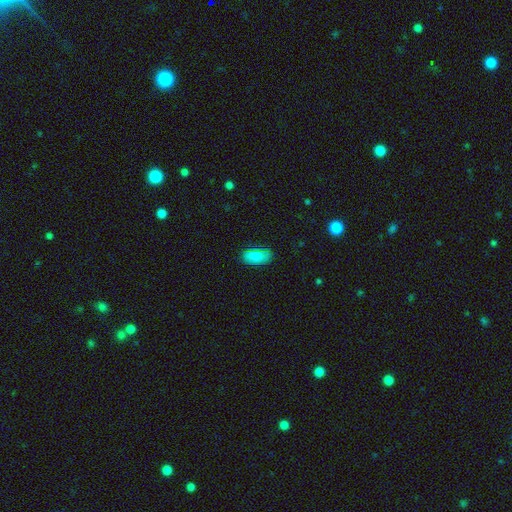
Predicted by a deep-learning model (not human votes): Morphology: type=smooth (84%); roundness=in between (92%); merging=none (83%).